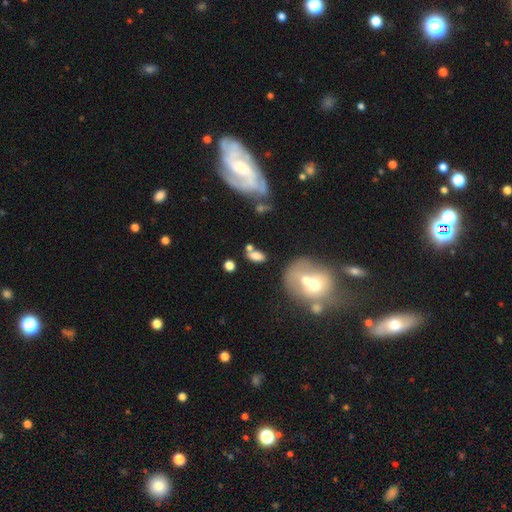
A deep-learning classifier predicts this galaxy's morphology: smooth 71%, featured or disk 17%, star or artifact 11%. Down the decision tree: how rounded — in between (85%); merging — none (54%).